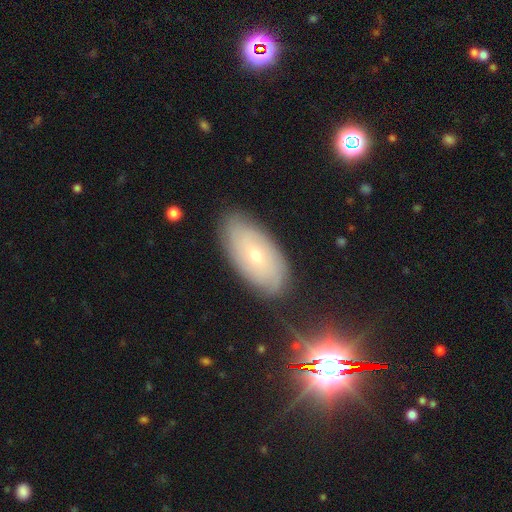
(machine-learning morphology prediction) Smooth or featured? Predicted: featured or disk (p=0.50). Merging? Predicted: none (p=0.81).